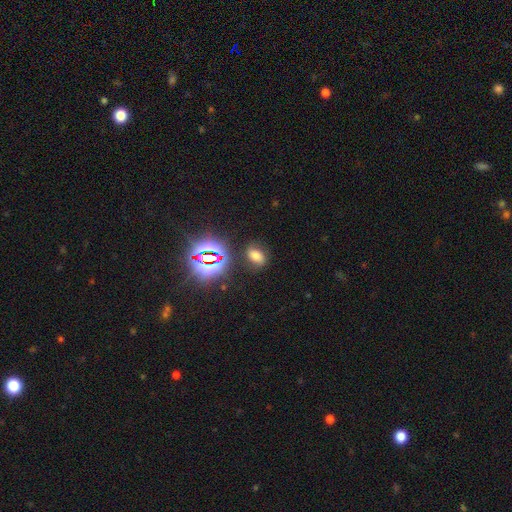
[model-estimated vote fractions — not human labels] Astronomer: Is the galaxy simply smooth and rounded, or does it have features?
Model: smooth — 55% (runner-up: star or artifact, 31%).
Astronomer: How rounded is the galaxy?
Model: in between — 76%.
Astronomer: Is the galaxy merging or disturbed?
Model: none — 77%.